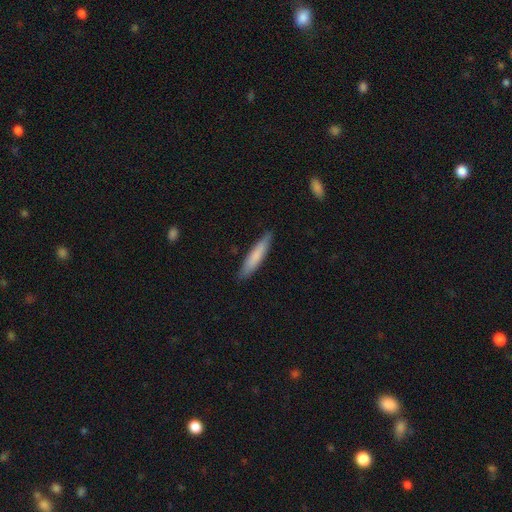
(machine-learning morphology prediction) Smooth or featured? smooth (76%)
How rounded? cigar-shaped (89%)
Merging? none (87%)